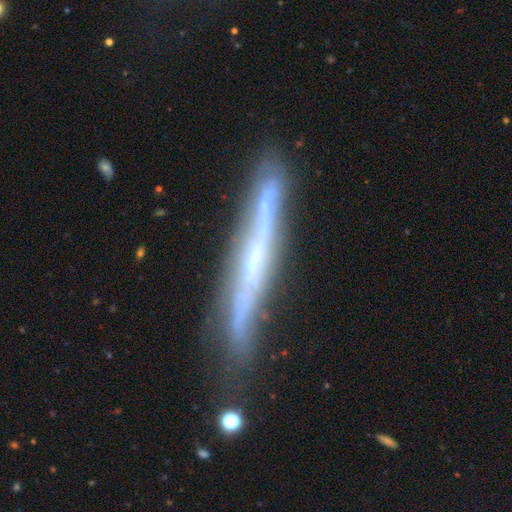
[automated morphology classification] This appears to be a featured or disk galaxy (77%) viewed edge-on (90%) with no central bulge (61%). Merging: none (73%).